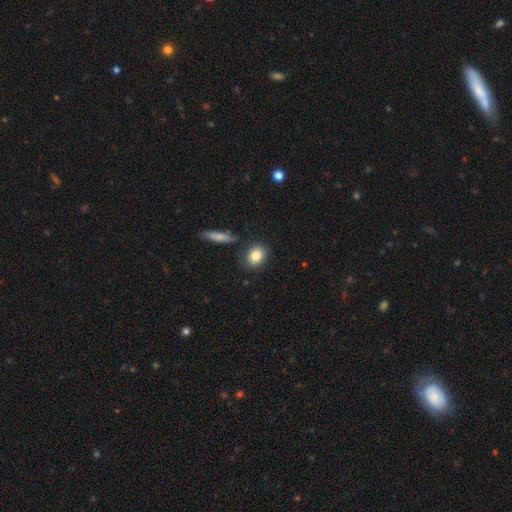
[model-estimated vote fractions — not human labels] The model was most divided on "how rounded": round: 57%, in between: 40%, cigar-shaped: 3%. More confident: smooth or featured — smooth (84%); merging — none (80%).